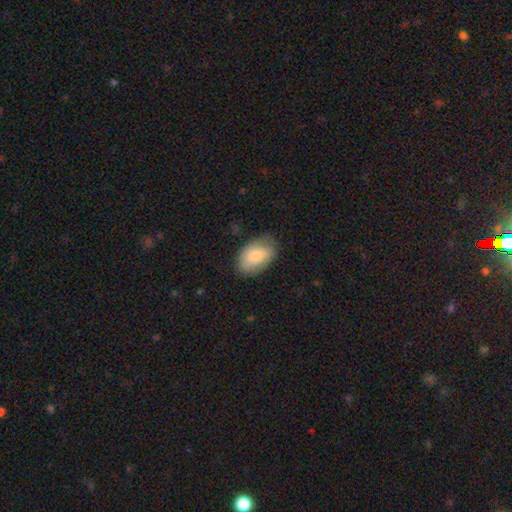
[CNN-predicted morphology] smooth 77%, featured or disk 17%, star or artifact 6%. Down the decision tree: how rounded — in between (91%); merging — none (75%).